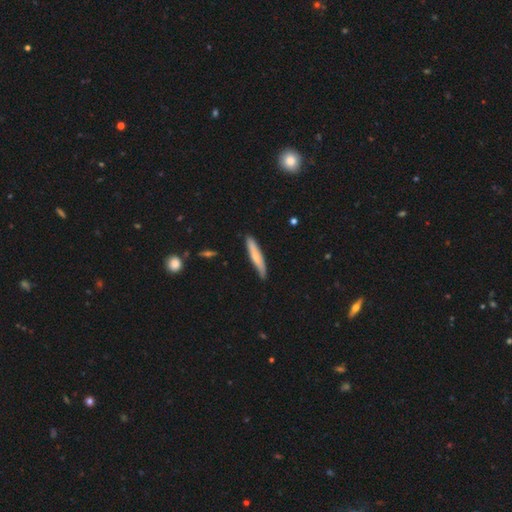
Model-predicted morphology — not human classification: smooth_or_featured: smooth (p=0.68) [alt: featured or disk p=0.26]
how_rounded: cigar-shaped (p=0.91) [alt: in between p=0.08]
merging: none (p=0.83) [alt: minor disturbance p=0.13]